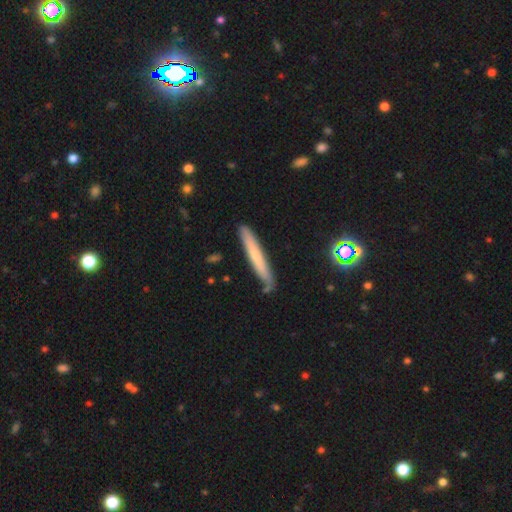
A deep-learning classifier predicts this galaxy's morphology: Smooth or featured? Predicted: smooth (p=0.61). How rounded? Predicted: cigar-shaped (p=0.96). Merging? Predicted: none (p=0.82).